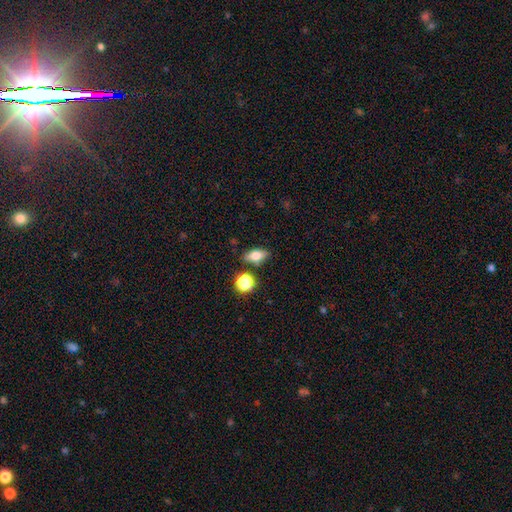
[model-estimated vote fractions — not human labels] Smooth or featured? Predicted: smooth (p=0.72). How rounded? Predicted: in between (p=0.76). Merging? Predicted: none (p=0.81).